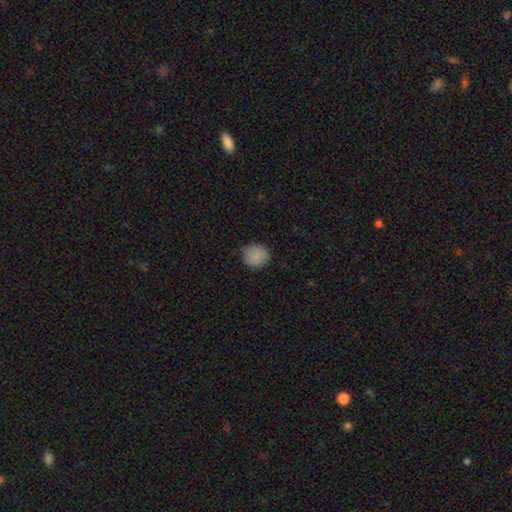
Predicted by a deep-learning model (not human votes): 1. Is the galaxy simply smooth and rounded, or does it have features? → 86% smooth, 9% star or artifact, 5% featured or disk.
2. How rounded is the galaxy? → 85% round, 14% in between, 1% cigar-shaped.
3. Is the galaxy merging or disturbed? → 77% none, 19% minor disturbance, 3% major disturbance, 1% merger.